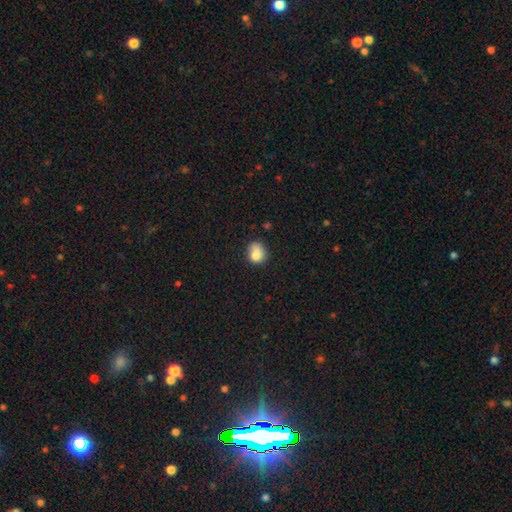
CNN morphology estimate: Q: Smooth or featured?
A: smooth (80%); runner-up: featured or disk (11%)
Q: How rounded?
A: round (57%); runner-up: in between (42%)
Q: Merging?
A: none (49%); runner-up: minor disturbance (30%)